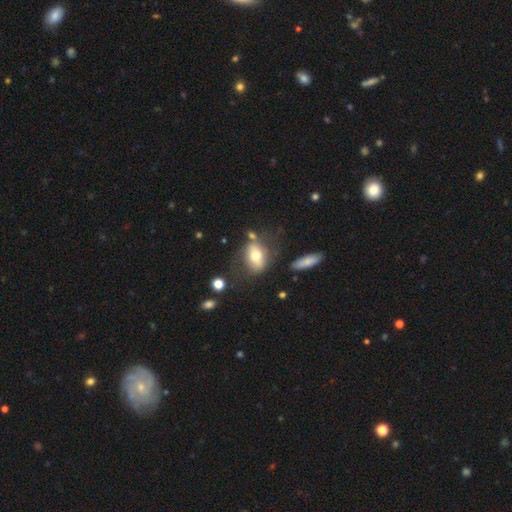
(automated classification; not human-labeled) smooth-or-featured: smooth: 55% | featured or disk: 37% | star or artifact: 8%
  how-rounded: in between: 75% | round: 20% | cigar-shaped: 5%
  merging: none: 51% | minor disturbance: 22% | major disturbance: 17% | merger: 10%